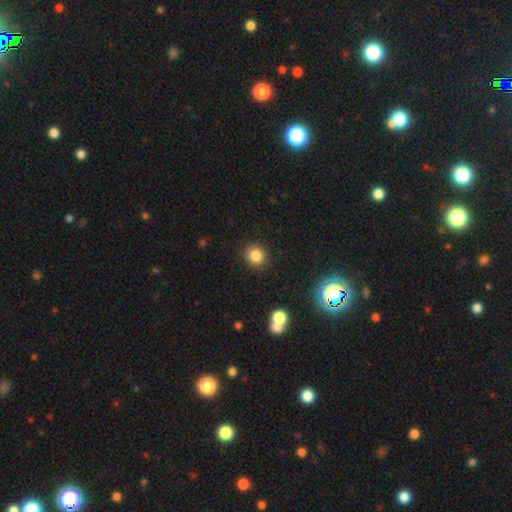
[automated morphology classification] Smooth or featured: smooth — 82% (star or artifact — 13%)
How rounded: round — 89% (in between — 10%)
Merging: none — 91% (minor disturbance — 6%)